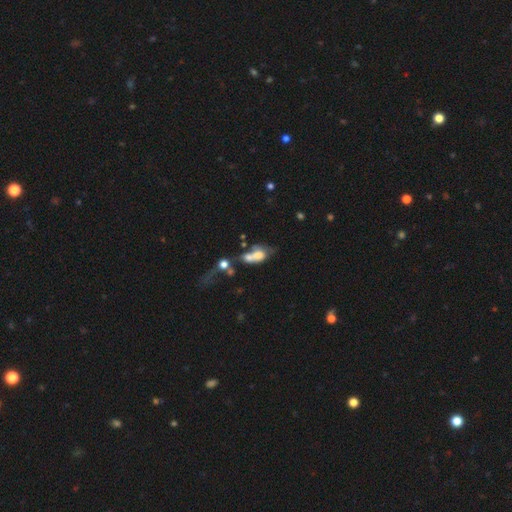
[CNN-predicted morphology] Smooth or featured? Predicted: smooth (p=0.56). How rounded? Predicted: in between (p=0.74). Merging? Predicted: merger (p=0.59).